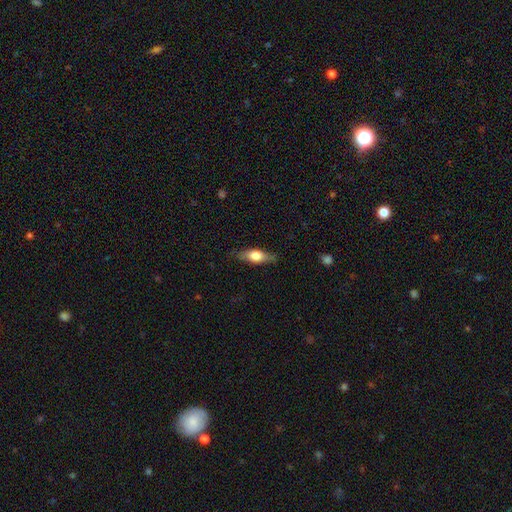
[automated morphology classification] Overall: smooth (57%; featured or disk 36%). How rounded: in between (61%; cigar-shaped 35%). Merging: none (80%).